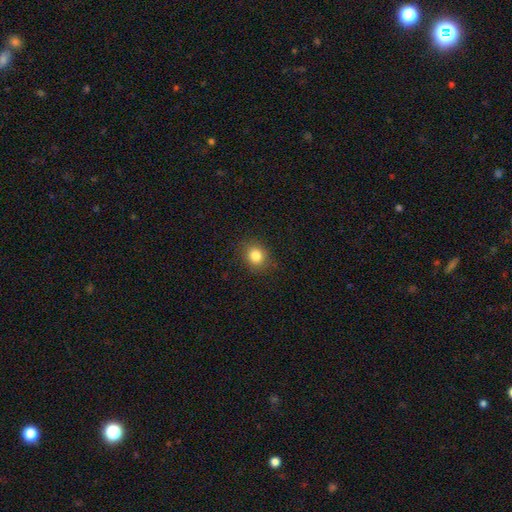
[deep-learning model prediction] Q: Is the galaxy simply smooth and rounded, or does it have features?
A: smooth — 83%.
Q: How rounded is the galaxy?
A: round — 72%.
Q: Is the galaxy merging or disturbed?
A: none — 88%.